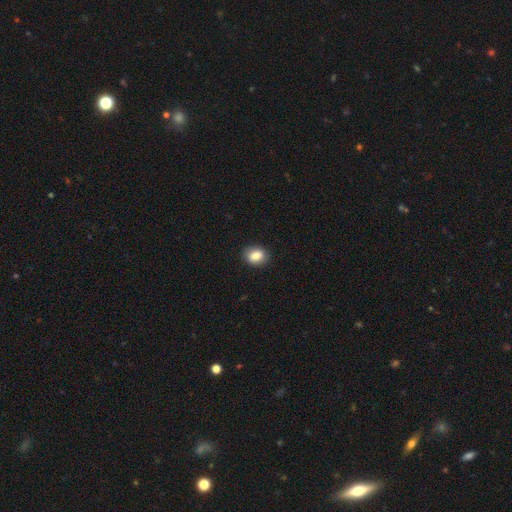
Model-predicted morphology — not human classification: Smooth or featured?
  - smooth: 84% *
  - star or artifact: 8%
  - featured or disk: 8%
How rounded?
  - in between: 65% *
  - round: 34%
  - cigar-shaped: 1%
Merging?
  - none: 86% *
  - minor disturbance: 11%
  - major disturbance: 2%
  - merger: 1%